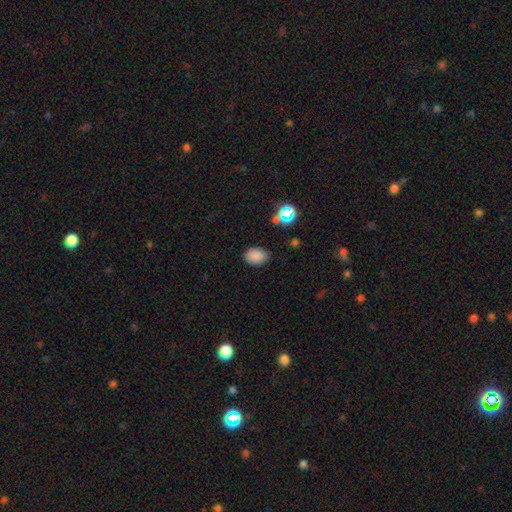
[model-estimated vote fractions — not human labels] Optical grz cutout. It shows a smooth galaxy with no disk features (83%) that is in between round and cigar-shaped (73%). Merging: none (84%).